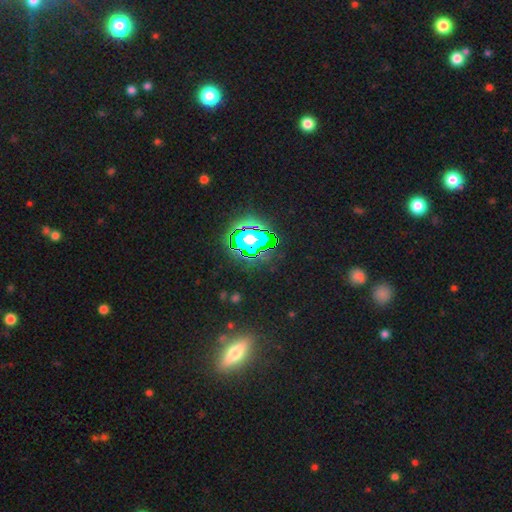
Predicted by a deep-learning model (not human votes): A star or artifact, not a galaxy (73%).

Vote fractions:
- Smooth or featured? star or artifact: 73% / smooth: 16% / featured or disk: 11%